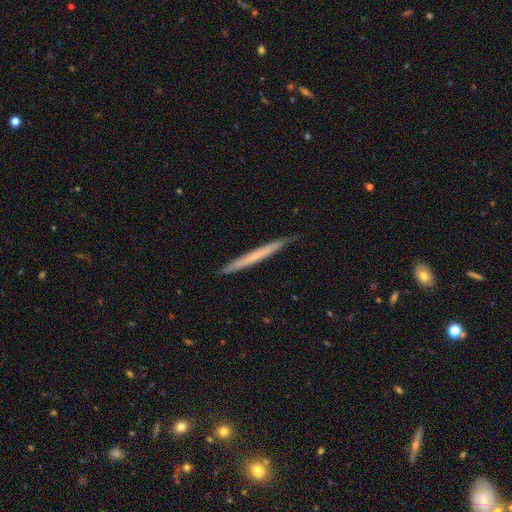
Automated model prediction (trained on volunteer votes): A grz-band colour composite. It shows a smooth galaxy with no disk features (52%) that is cigar-shaped (97%). Merging: none (88%).